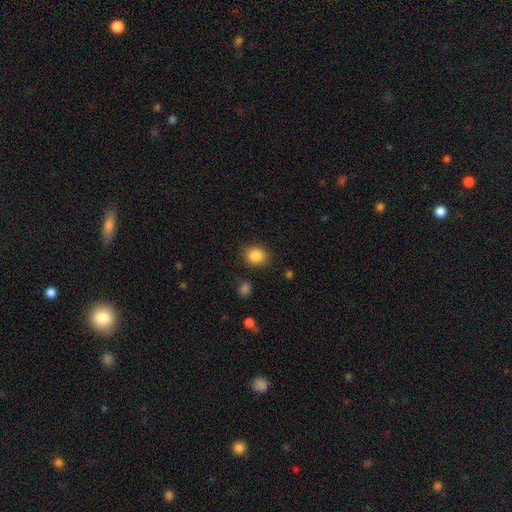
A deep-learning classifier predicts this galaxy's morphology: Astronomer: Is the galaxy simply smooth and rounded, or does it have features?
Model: smooth — 86%.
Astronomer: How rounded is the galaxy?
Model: round — 70%.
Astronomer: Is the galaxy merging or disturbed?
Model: none — 87%.